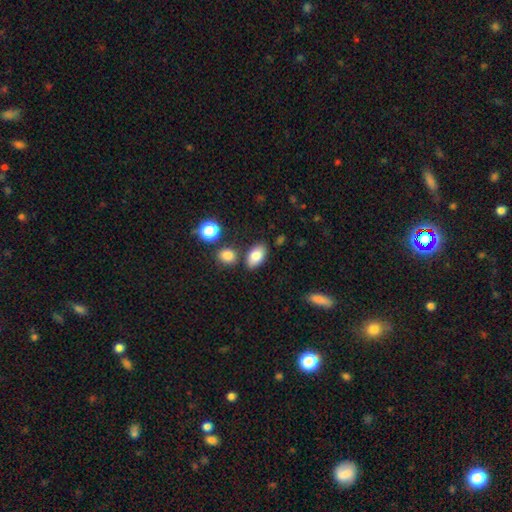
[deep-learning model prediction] This is clearly a smooth galaxy (81%). How rounded: clearly in between (91%). Merging: likely none (79%).